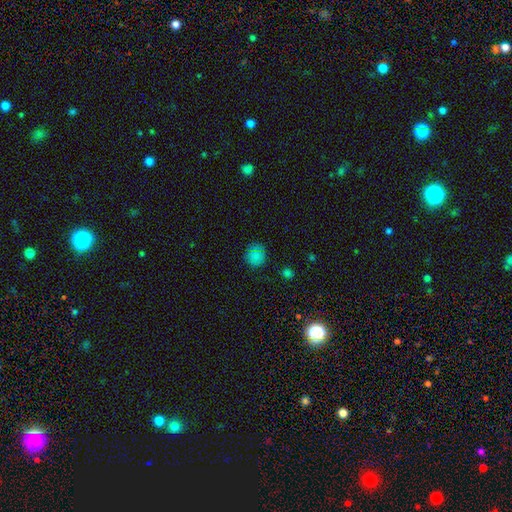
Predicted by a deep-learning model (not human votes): The model was most divided on "merging": none: 80%, minor disturbance: 15%, major disturbance: 4%, merger: 2%. More confident: how rounded — round (87%); smooth or featured — smooth (80%).